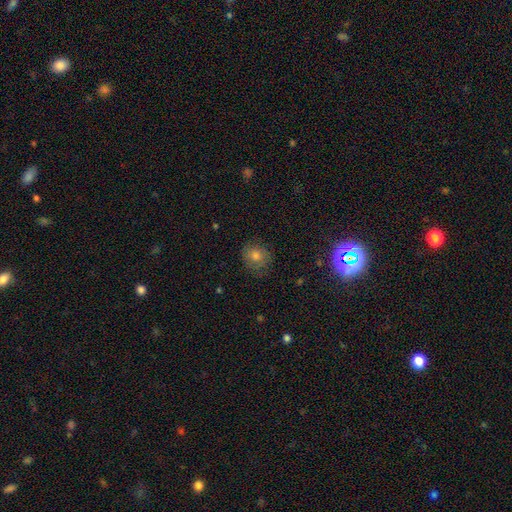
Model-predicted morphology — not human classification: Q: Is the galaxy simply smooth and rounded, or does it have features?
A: smooth — 57%.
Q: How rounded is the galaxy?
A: round — 80%.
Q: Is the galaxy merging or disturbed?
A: none — 80%.